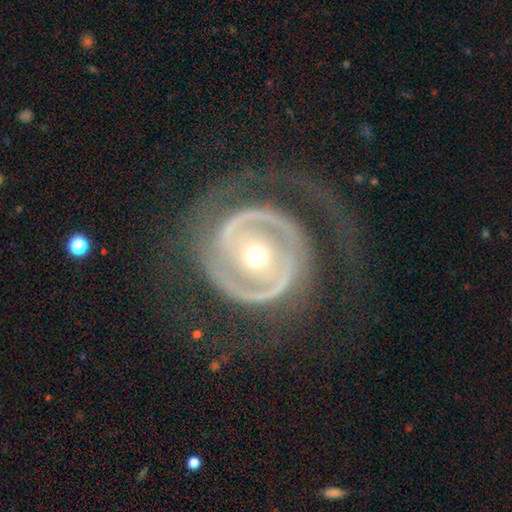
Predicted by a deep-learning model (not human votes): Morphology: type=featured or disk (87%); edge-on=no (97%); bar=no (54%); spiral arms=yes (83%); winding=tight (54%); arm count=2 (63%); bulge=moderate (61%); merging=none (59%).